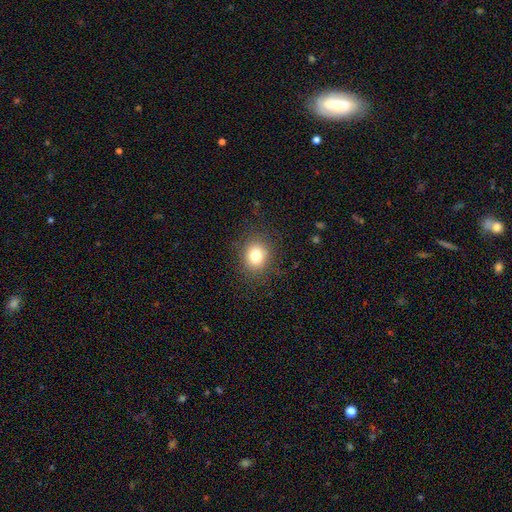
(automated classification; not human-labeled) Smooth or featured? Predicted: smooth (p=0.80). How rounded? Predicted: round (p=0.70). Merging? Predicted: none (p=0.86).